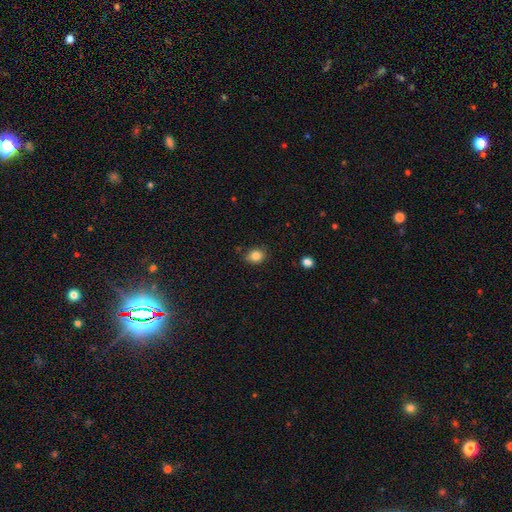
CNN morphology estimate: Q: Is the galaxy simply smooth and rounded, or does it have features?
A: smooth — 84%.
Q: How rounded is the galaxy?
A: round — 59%.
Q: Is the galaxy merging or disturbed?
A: none — 81%.